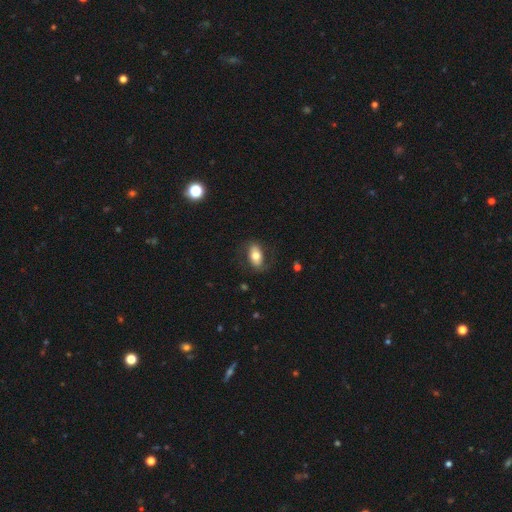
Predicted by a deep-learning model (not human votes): The model was most divided on "smooth or featured": smooth: 61%, featured or disk: 32%, star or artifact: 7%. More confident: how rounded — in between (90%); merging — none (71%).